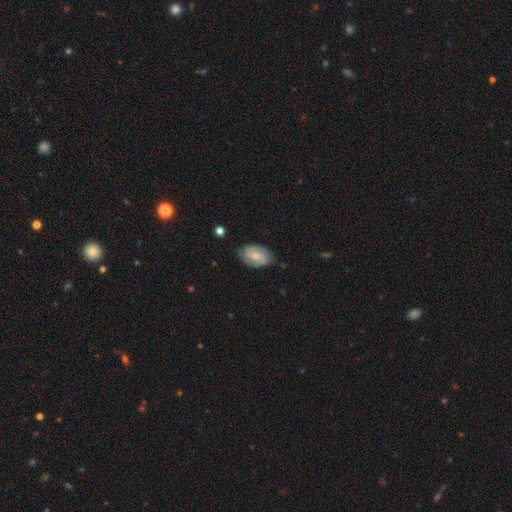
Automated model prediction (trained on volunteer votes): Q: Smooth or featured?
A: featured or disk (58%); runner-up: smooth (35%)
Q: Edge-on disk?
A: no (96%); runner-up: yes (4%)
Q: Bar?
A: weak (47%); runner-up: no (44%)
Q: Spiral arms?
A: yes (91%); runner-up: no (9%)
Q: Spiral winding?
A: medium (45%); runner-up: tight (36%)
Q: Spiral arm count?
A: 2 (80%); runner-up: can't tell (11%)
Q: Bulge size?
A: small (41%); runner-up: moderate (40%)
Q: Merging?
A: none (78%); runner-up: minor disturbance (17%)